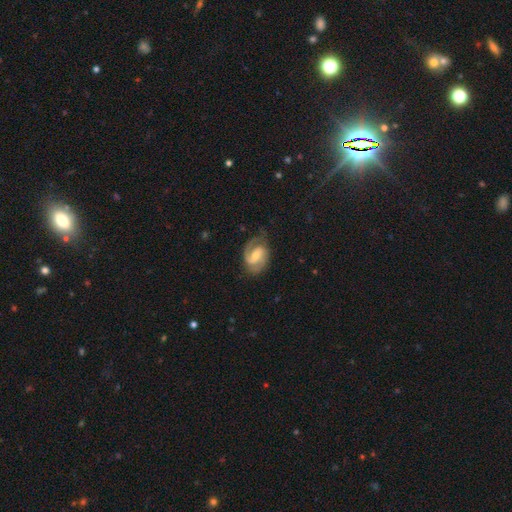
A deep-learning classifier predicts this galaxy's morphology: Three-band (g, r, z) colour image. It shows a featured or disk galaxy (85%) with a weak bar (51%), 2 (85%) medium (51%) spiral arms (96%) and a moderate central bulge (51%). Merging: none (71%).